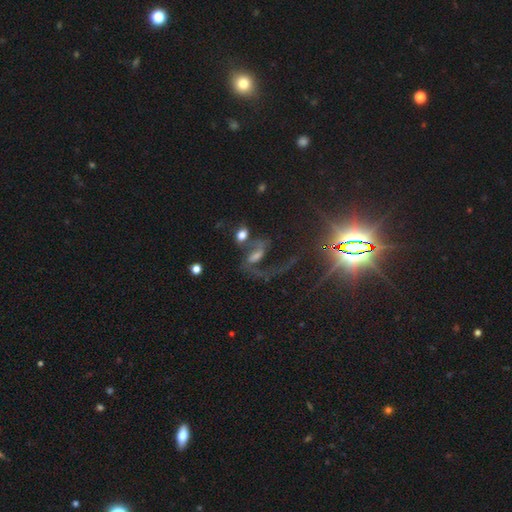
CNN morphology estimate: Smooth or featured: featured or disk — 58% (star or artifact — 27%)
Edge-on disk: no — 90% (yes — 10%)
Bar: weak — 37% (no — 32%)
Spiral arms: yes — 81% (no — 19%)
Bulge size: moderate — 38% (small — 31%)
Merging: none — 36% (major disturbance — 31%)